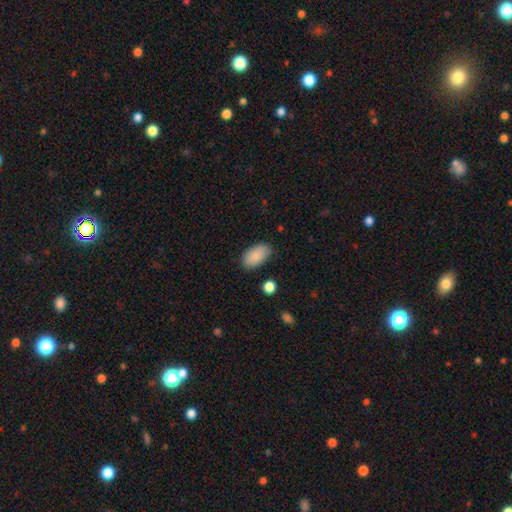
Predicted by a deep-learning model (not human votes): Q: Smooth or featured?
A: smooth (88%); runner-up: star or artifact (7%)
Q: How rounded?
A: in between (94%); runner-up: round (5%)
Q: Merging?
A: none (81%); runner-up: minor disturbance (14%)